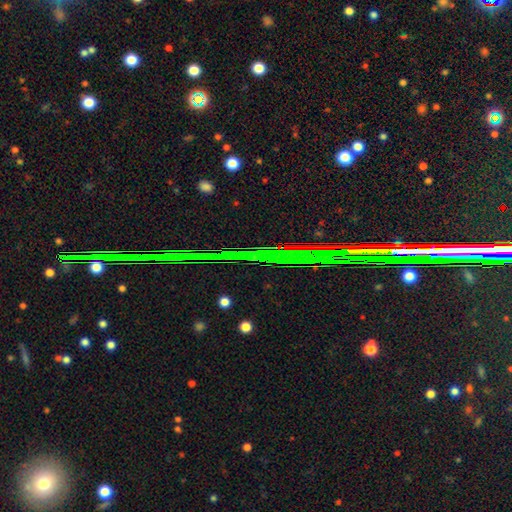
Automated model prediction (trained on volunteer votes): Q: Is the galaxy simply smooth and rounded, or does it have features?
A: star or artifact — 82%.